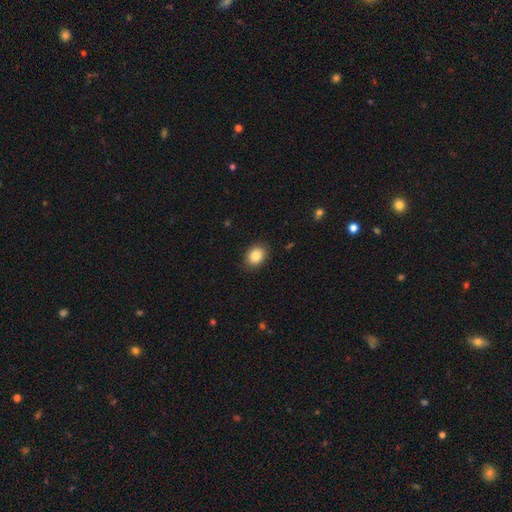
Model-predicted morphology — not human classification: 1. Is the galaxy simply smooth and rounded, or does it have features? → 84% smooth, 9% star or artifact, 7% featured or disk.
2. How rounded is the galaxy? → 58% in between, 41% round, 1% cigar-shaped.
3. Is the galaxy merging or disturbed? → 87% none, 10% minor disturbance, 2% major disturbance, 1% merger.